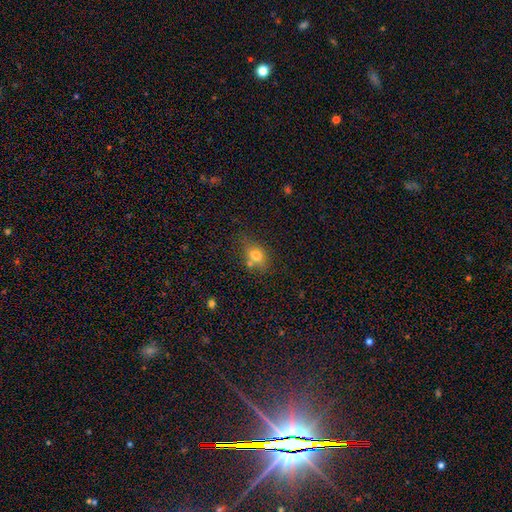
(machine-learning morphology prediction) This appears to be a smooth galaxy with no disk features (76%) that is in between round and cigar-shaped (59%). Merging: none (55%).